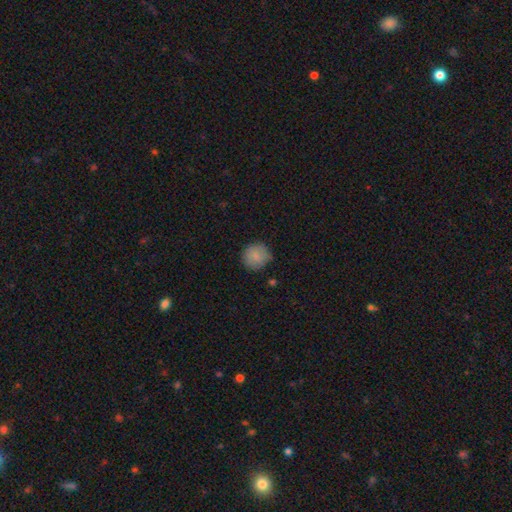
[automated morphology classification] Smooth or featured: smooth — 85% (star or artifact — 8%)
How rounded: round — 92% (in between — 7%)
Merging: none — 79% (minor disturbance — 16%)